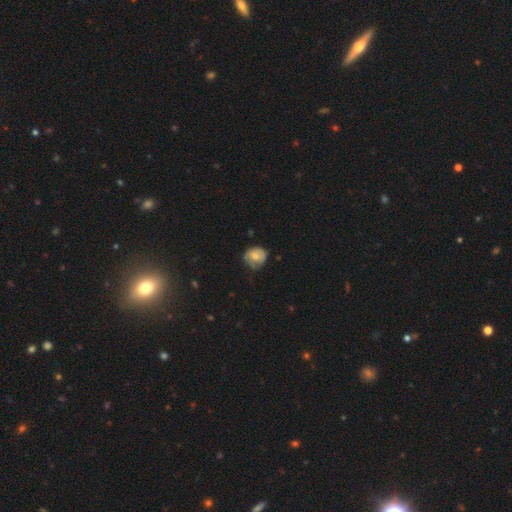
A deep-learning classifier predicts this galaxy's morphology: A smooth galaxy with no disk features (64%) that is round (67%). Merging: none (52%).